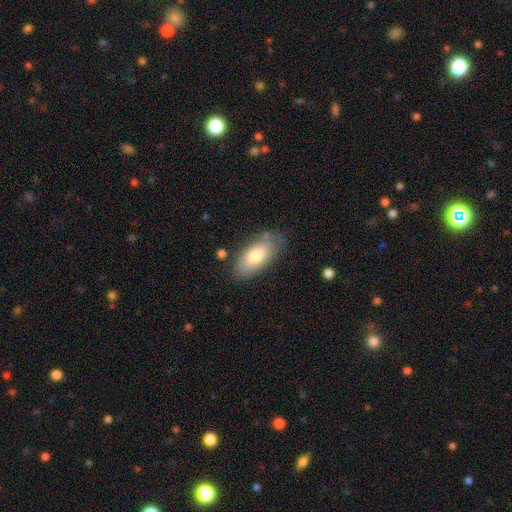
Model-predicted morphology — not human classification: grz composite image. It shows a smooth galaxy with no disk features (75%) that is in between round and cigar-shaped (87%). Merging: none (73%).